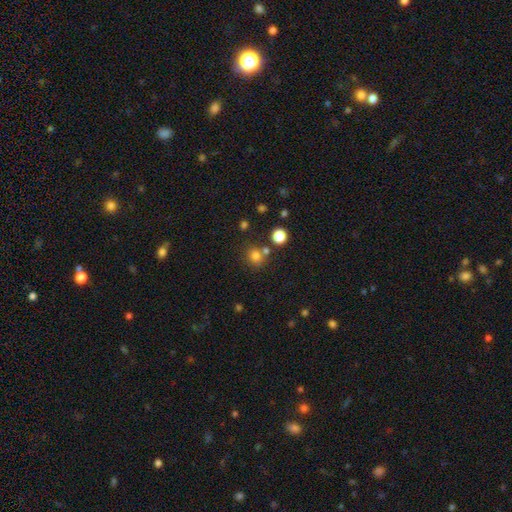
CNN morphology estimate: Q: Smooth or featured?
A: smooth (76%); runner-up: star or artifact (16%)
Q: How rounded?
A: round (79%); runner-up: in between (20%)
Q: Merging?
A: none (66%); runner-up: merger (19%)